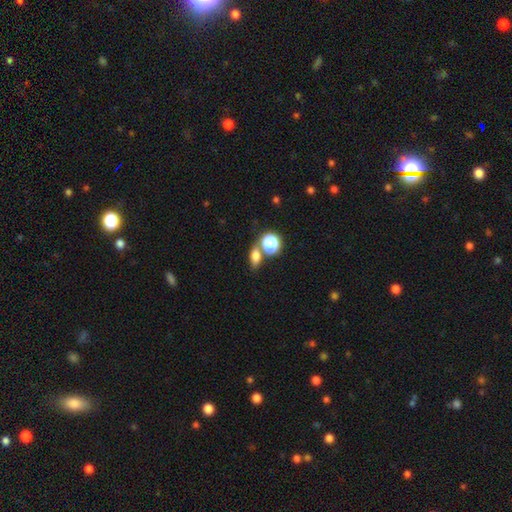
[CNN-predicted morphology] A smooth galaxy with no disk features (73%) that is in between round and cigar-shaped (68%).

Vote fractions:
- Smooth or featured? smooth: 73% / star or artifact: 17% / featured or disk: 10%
- How rounded? in between: 68% / round: 27% / cigar-shaped: 5%
- Merging? none: 62% / merger: 22% / minor disturbance: 12% / major disturbance: 4%